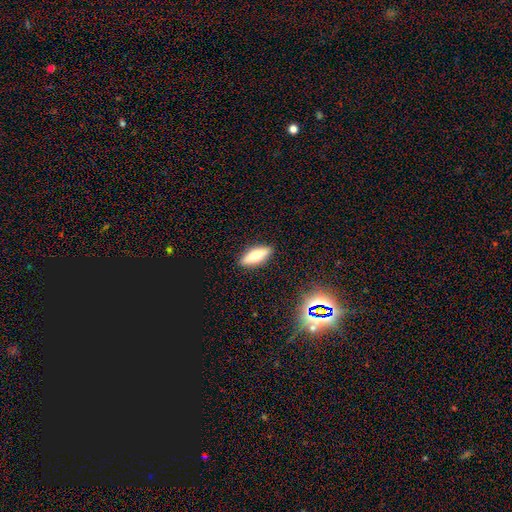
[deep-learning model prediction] Q: Smooth or featured?
A: smooth (62%); runner-up: featured or disk (30%)
Q: How rounded?
A: in between (56%); runner-up: cigar-shaped (42%)
Q: Merging?
A: none (89%); runner-up: minor disturbance (8%)